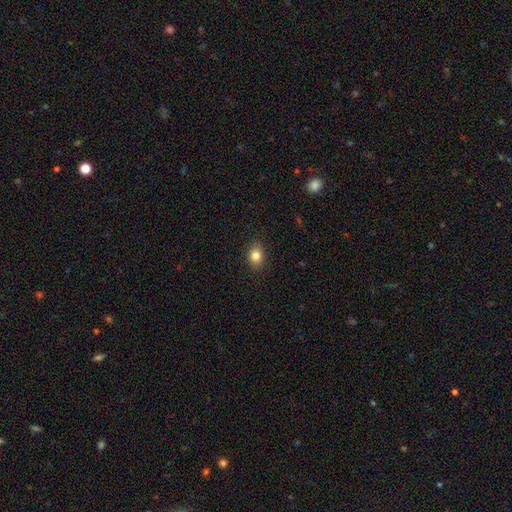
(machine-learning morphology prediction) smooth-or-featured: smooth: 84% | star or artifact: 10% | featured or disk: 6%
  how-rounded: in between: 54% | round: 45% | cigar-shaped: 1%
  merging: none: 89% | minor disturbance: 8% | major disturbance: 2% | merger: 1%